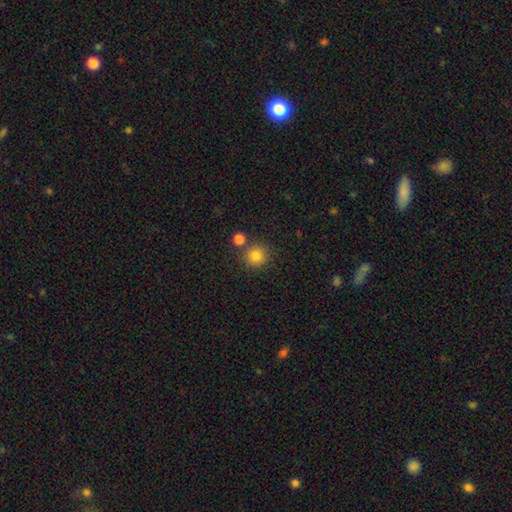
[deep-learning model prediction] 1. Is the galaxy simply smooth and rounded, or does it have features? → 83% smooth, 12% star or artifact, 5% featured or disk.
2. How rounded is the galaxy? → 92% round, 7% in between, 1% cigar-shaped.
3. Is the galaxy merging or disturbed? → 77% none, 12% merger, 8% minor disturbance, 3% major disturbance.